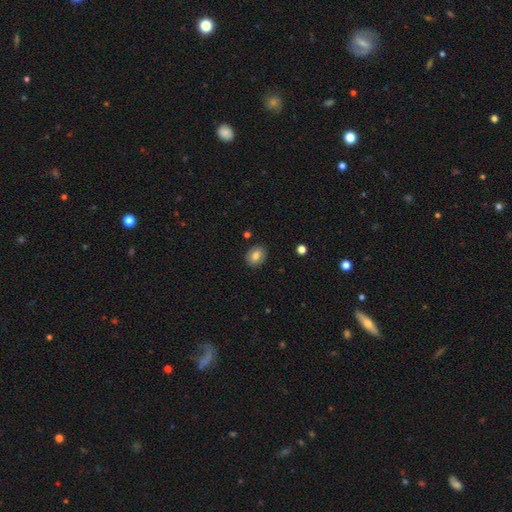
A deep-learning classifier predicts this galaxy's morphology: The model was most divided on "how rounded": in between: 52%, round: 47%, cigar-shaped: 1%. More confident: merging — none (87%); smooth or featured — smooth (76%).